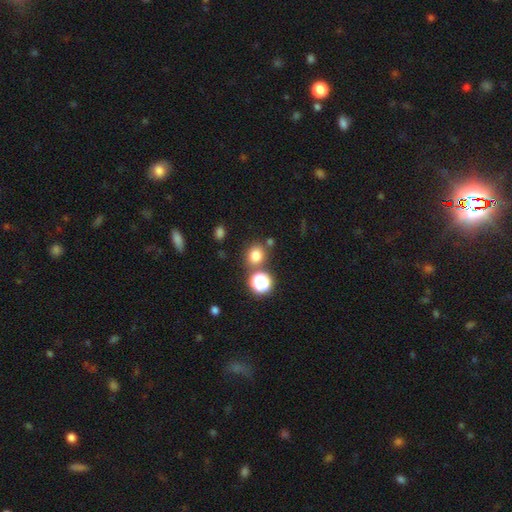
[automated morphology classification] This is likely a smooth galaxy (77%). How rounded: likely round (75%). Merging: likely none (74%).